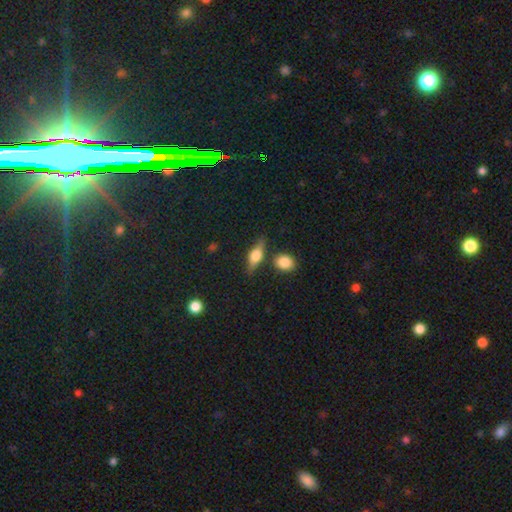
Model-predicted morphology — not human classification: A featured or disk galaxy (49%). Merging: none (75%).